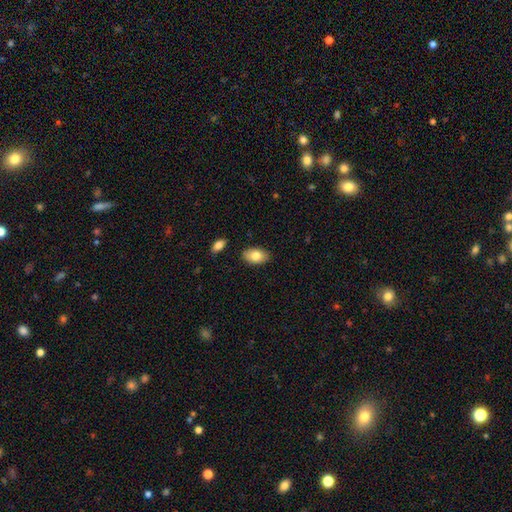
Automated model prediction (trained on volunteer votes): Q: Smooth or featured?
A: smooth (80%); runner-up: featured or disk (13%)
Q: How rounded?
A: in between (91%); runner-up: round (7%)
Q: Merging?
A: none (87%); runner-up: minor disturbance (9%)